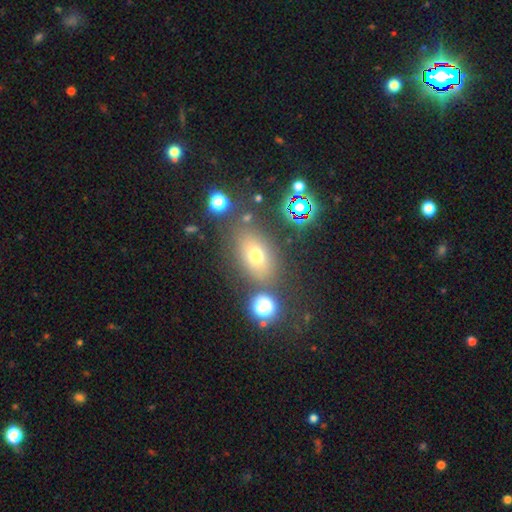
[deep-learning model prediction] Overall: smooth (61%; star or artifact 22%). How rounded: in between (72%). Merging: none (72%).